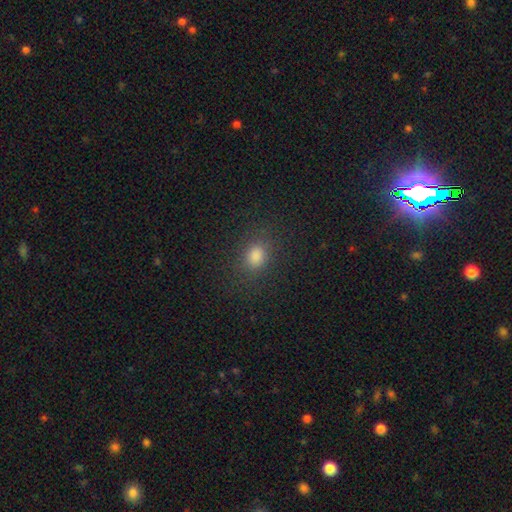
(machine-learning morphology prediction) Smooth or featured: smooth — 81% (star or artifact — 14%)
How rounded: in between — 54% (round — 44%)
Merging: none — 84% (minor disturbance — 11%)